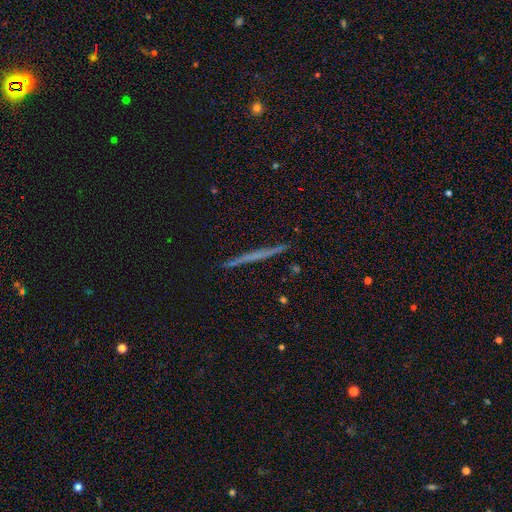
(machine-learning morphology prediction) Smooth or featured? featured or disk (53%)
Edge-on disk? yes (97%)
Edge-on bulge? none (86%)
Merging? none (91%)